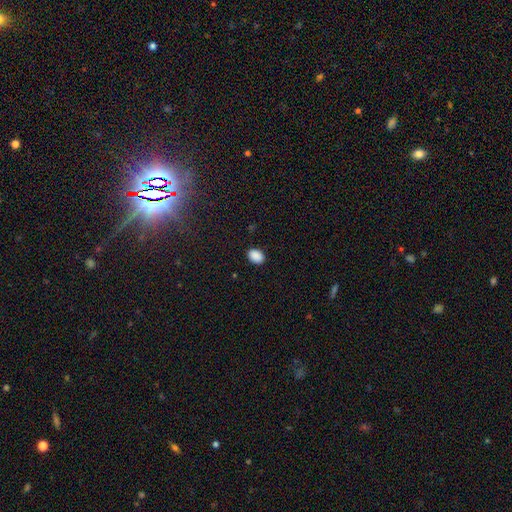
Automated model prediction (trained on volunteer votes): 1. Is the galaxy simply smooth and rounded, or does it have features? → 89% smooth, 8% star or artifact, 2% featured or disk.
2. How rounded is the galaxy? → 79% in between, 20% round, 1% cigar-shaped.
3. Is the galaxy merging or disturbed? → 88% none, 9% minor disturbance, 2% major disturbance, 1% merger.